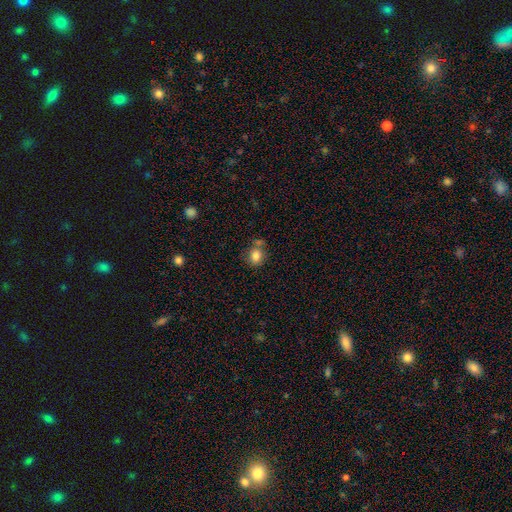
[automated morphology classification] Overall: smooth (83%). How rounded: round (72%). Merging: none (63%).